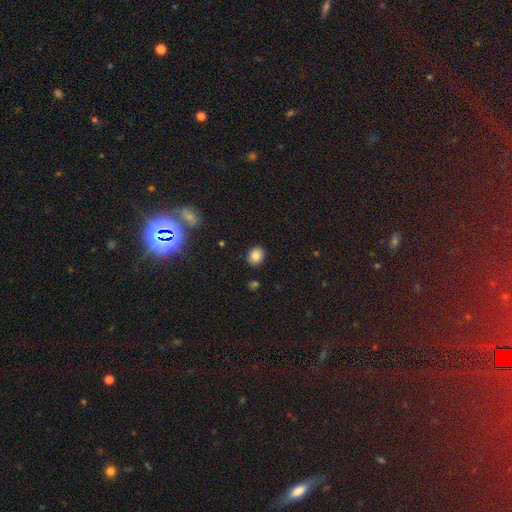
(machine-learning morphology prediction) Smooth or featured? Predicted: smooth (p=0.84). How rounded? Predicted: round (p=0.67). Merging? Predicted: none (p=0.89).